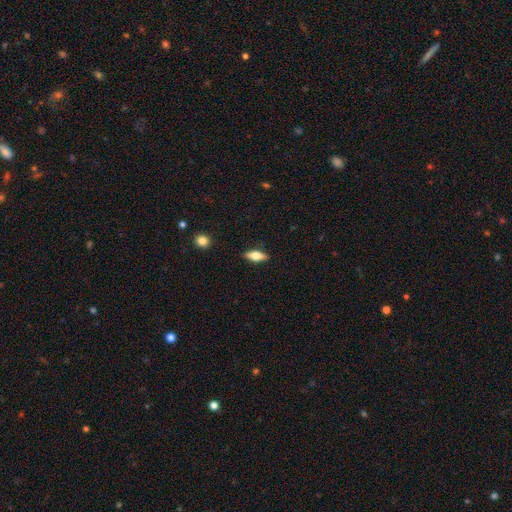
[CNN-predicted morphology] smooth-or-featured: smooth: 57% | featured or disk: 36% | star or artifact: 7%
  how-rounded: in between: 64% | cigar-shaped: 33% | round: 3%
  merging: none: 88% | minor disturbance: 9% | major disturbance: 2% | merger: 1%